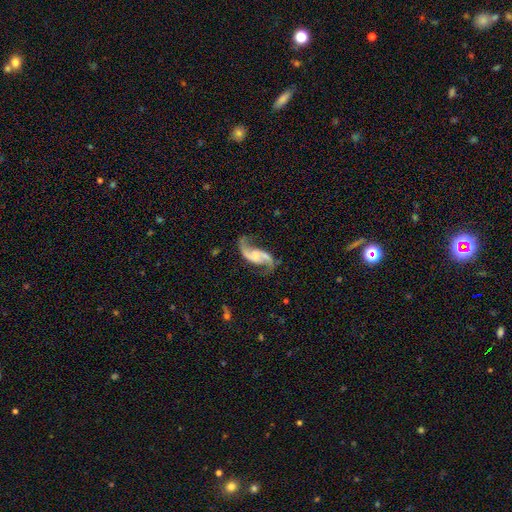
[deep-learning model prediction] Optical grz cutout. It shows a featured or disk galaxy (91%) with no bar (44%), 2 (94%) loose (72%) spiral arms (97%) and a small central bulge (47%). Merging: none (72%).